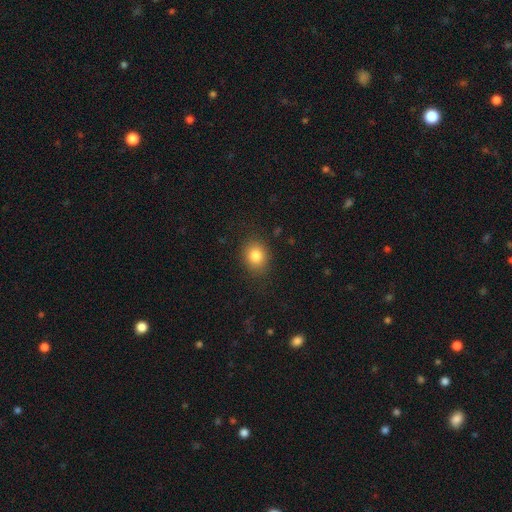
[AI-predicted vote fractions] smooth_or_featured: smooth (p=0.83) [alt: star or artifact p=0.10]
how_rounded: round (p=0.58) [alt: in between p=0.42]
merging: none (p=0.85) [alt: minor disturbance p=0.10]